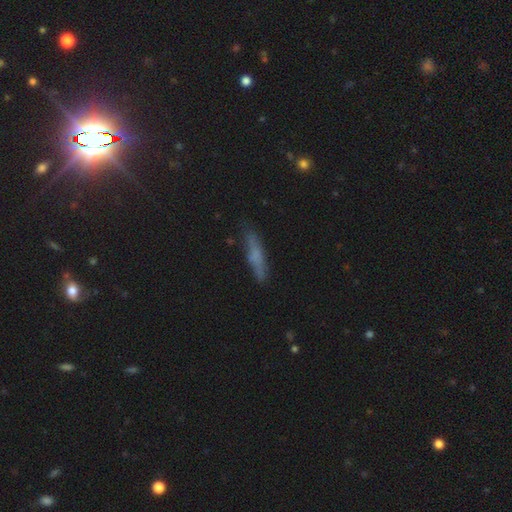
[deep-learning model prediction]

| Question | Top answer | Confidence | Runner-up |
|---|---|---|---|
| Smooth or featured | smooth | 59% | featured or disk (31%) |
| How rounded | cigar-shaped | 84% | in between (13%) |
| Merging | none | 78% | minor disturbance (16%) |